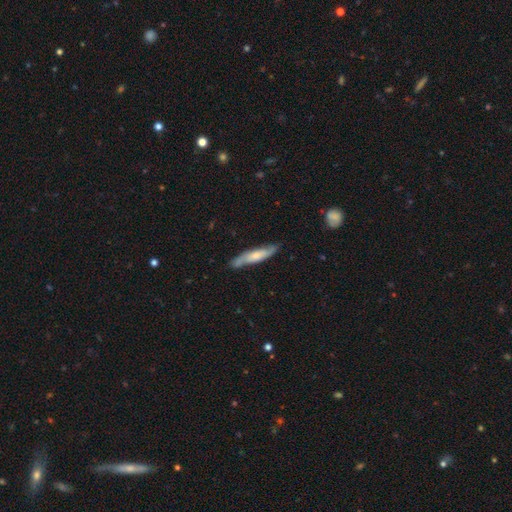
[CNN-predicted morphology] type=smooth (49%); merging=none (78%).